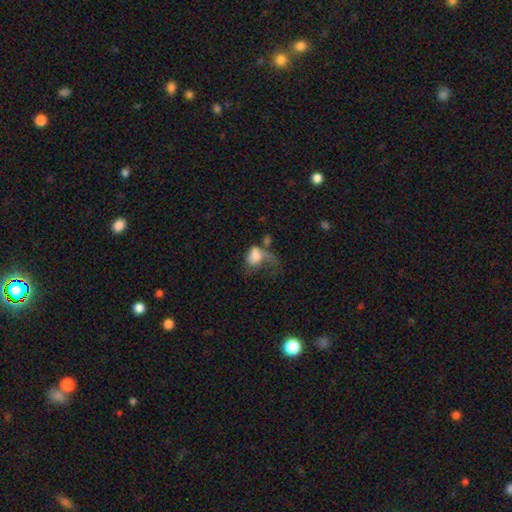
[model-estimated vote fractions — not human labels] smooth-or-featured: smooth: 66% | featured or disk: 25% | star or artifact: 9%
  how-rounded: in between: 70% | round: 28% | cigar-shaped: 2%
  merging: major disturbance: 52% | merger: 21% | none: 14% | minor disturbance: 14%